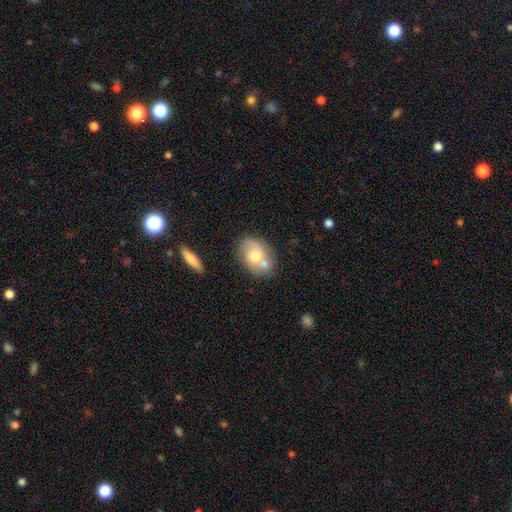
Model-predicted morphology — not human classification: Smooth or featured? smooth (50%)
How rounded? in between (74%)
Merging? none (46%)